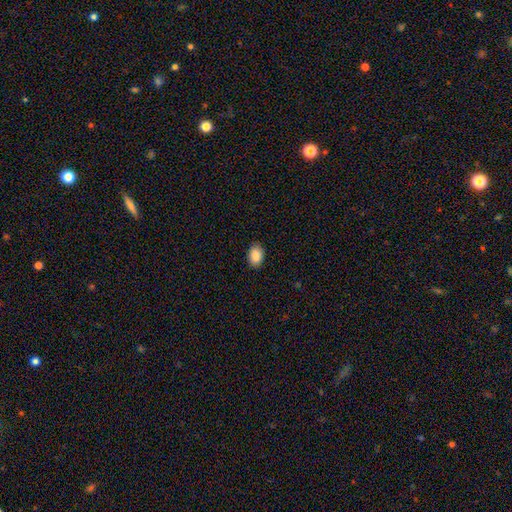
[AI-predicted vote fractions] Morphology: type=smooth (89%); roundness=in between (82%); merging=none (88%).